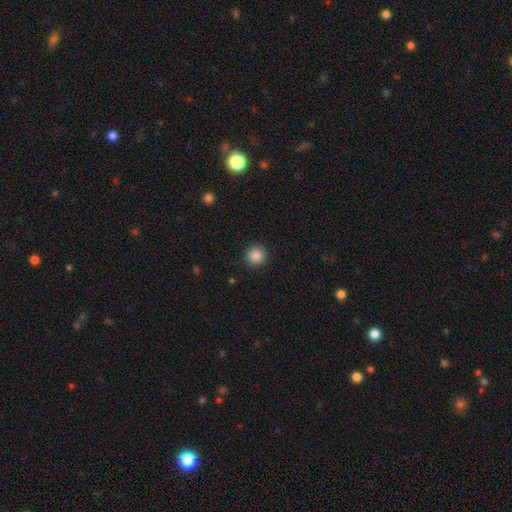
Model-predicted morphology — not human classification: A smooth galaxy with no disk features (87%) that is round (94%). Merging: none (91%).